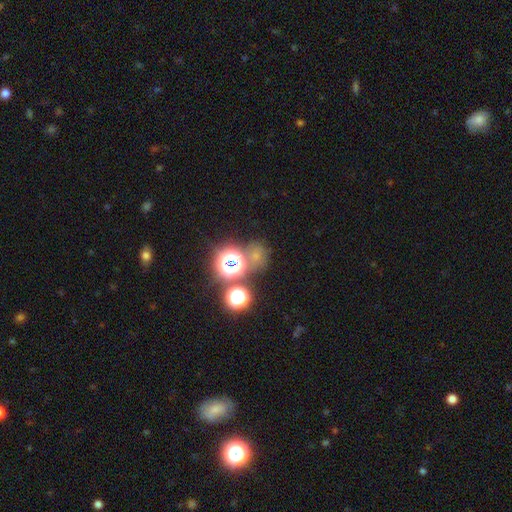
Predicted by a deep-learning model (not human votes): smooth-or-featured: smooth: 48% | star or artifact: 41% | featured or disk: 11%
  merging: none: 63% | merger: 15% | minor disturbance: 13% | major disturbance: 9%